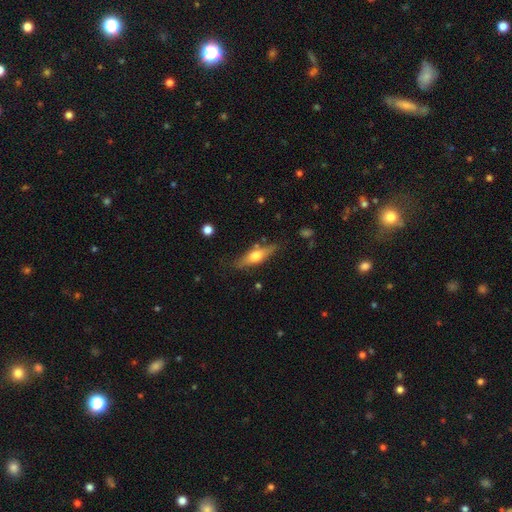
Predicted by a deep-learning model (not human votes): Smooth or featured: featured or disk — 49% (smooth — 45%)
Merging: none — 78% (minor disturbance — 15%)